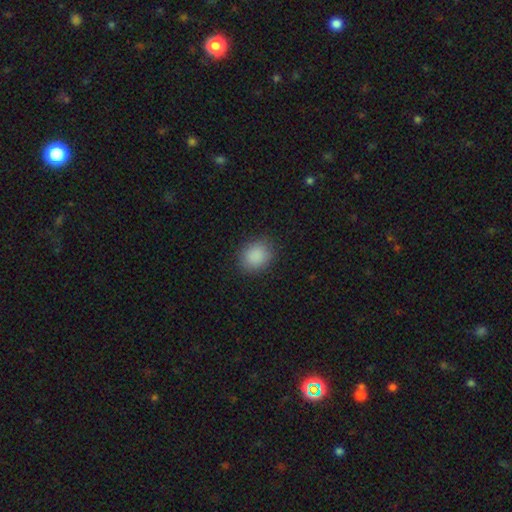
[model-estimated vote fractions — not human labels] Smooth or featured?
  - smooth: 88% *
  - star or artifact: 9%
  - featured or disk: 3%
How rounded?
  - round: 63% *
  - in between: 36%
  - cigar-shaped: 1%
Merging?
  - none: 85% *
  - minor disturbance: 10%
  - major disturbance: 3%
  - merger: 1%